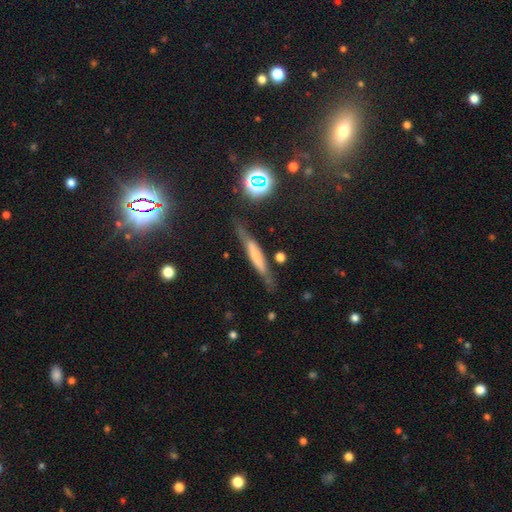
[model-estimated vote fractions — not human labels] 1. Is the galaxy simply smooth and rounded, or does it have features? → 45% smooth, 44% featured or disk, 11% star or artifact.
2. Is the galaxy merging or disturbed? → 71% none, 19% minor disturbance, 6% major disturbance, 3% merger.